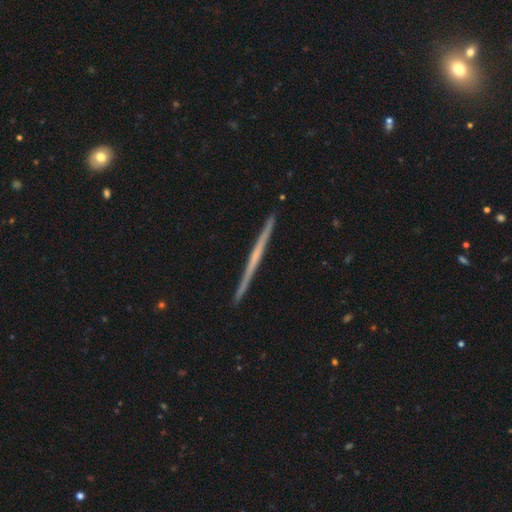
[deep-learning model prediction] A featured or disk galaxy (70%) viewed edge-on (98%) with no central bulge (80%). Merging: none (93%).